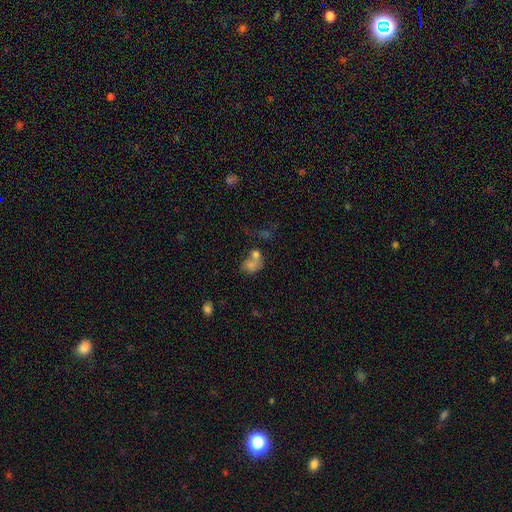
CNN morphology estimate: This appears to be a smooth galaxy with no disk features (68%) that is in between round and cigar-shaped (52%). Merging: merger (60%).